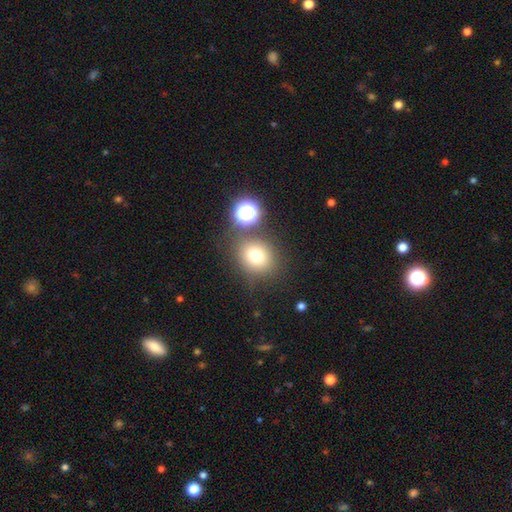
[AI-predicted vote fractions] The model was most divided on "how rounded": round: 78%, in between: 22%, cigar-shaped: 1%. More confident: smooth or featured — smooth (74%); merging — none (74%).